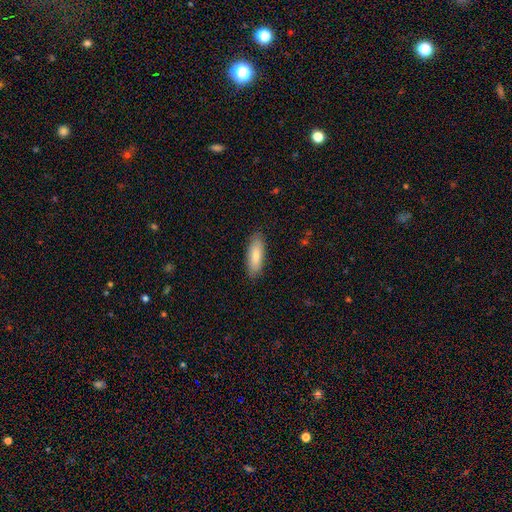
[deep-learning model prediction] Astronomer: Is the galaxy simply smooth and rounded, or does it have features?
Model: smooth — 81%.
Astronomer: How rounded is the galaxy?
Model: in between — 65%.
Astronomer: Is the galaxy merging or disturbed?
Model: none — 87%.